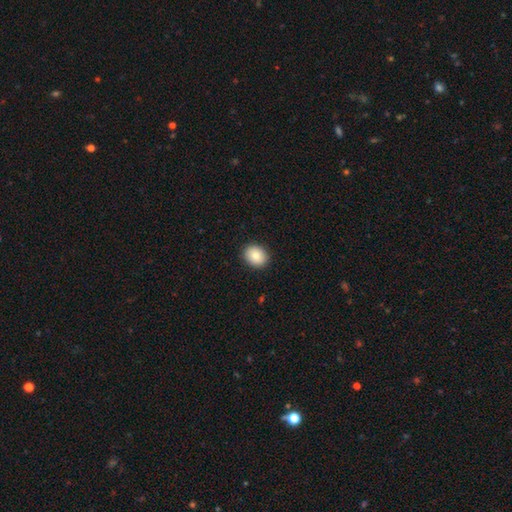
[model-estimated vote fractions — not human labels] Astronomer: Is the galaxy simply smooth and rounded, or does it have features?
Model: smooth — 85%.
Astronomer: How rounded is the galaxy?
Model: in between — 51% (runner-up: round, 48%).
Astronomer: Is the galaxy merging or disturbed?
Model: none — 91%.